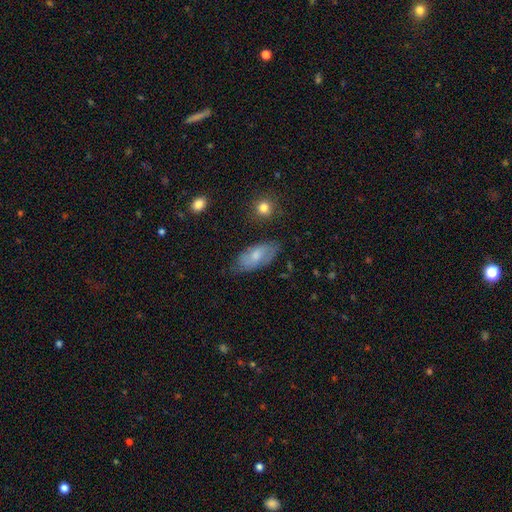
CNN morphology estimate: Smooth or featured? smooth (60%)
How rounded? in between (89%)
Merging? none (71%)